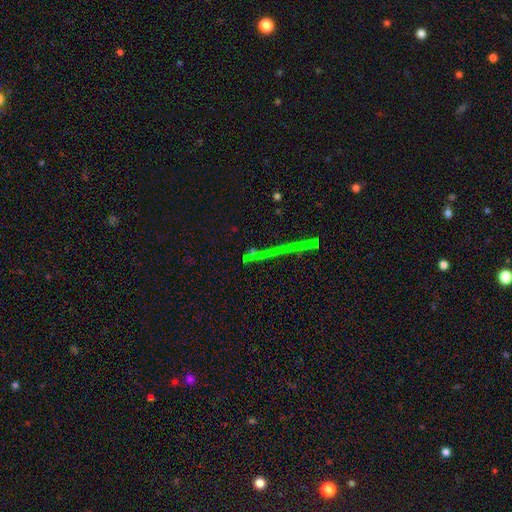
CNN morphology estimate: This appears to be a star or artifact, not a galaxy (56%).